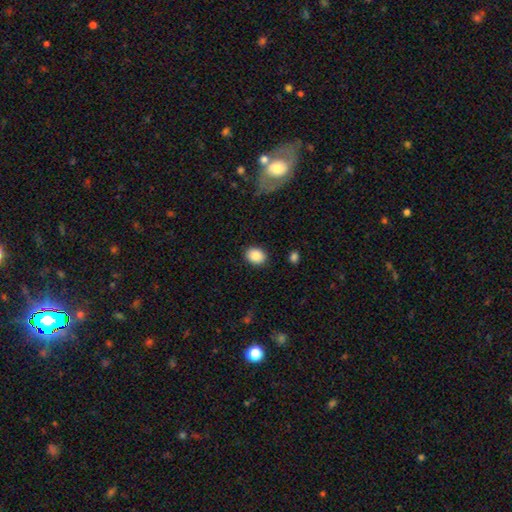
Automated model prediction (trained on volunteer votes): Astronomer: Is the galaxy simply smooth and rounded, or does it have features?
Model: smooth — 88%.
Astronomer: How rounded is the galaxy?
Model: in between — 54% (runner-up: round, 45%).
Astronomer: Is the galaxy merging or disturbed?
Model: none — 88%.